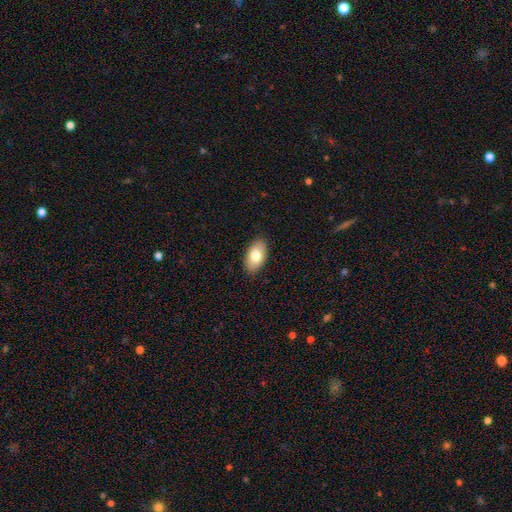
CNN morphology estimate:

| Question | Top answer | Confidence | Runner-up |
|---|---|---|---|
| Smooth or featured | smooth | 80% | featured or disk (13%) |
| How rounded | in between | 94% | round (4%) |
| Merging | none | 88% | minor disturbance (9%) |